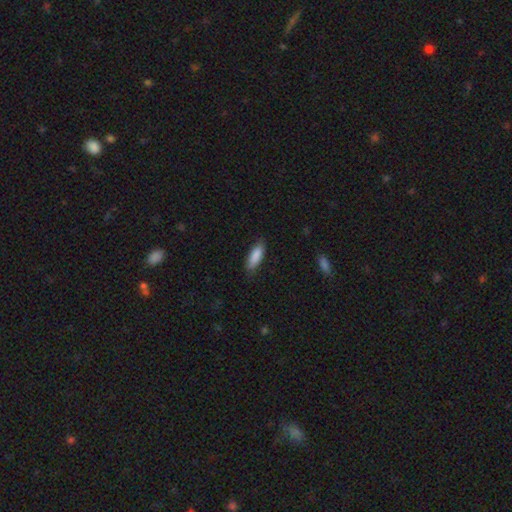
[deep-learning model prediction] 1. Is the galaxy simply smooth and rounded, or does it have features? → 88% smooth, 6% featured or disk, 6% star or artifact.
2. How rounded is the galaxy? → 63% in between, 36% cigar-shaped, 2% round.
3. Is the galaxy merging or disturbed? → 80% none, 16% minor disturbance, 3% major disturbance, 1% merger.